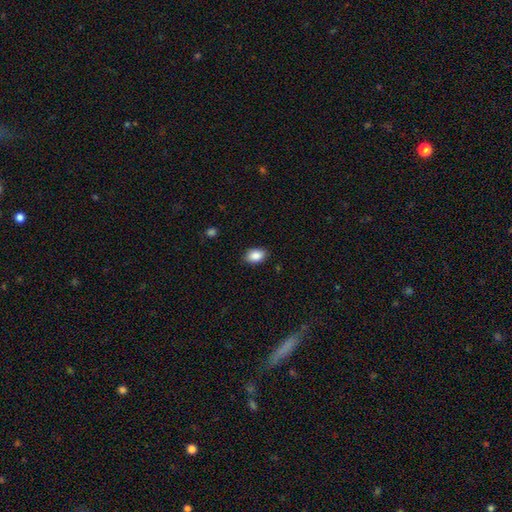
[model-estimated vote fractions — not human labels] This appears to be a smooth galaxy with no disk features (88%) that is in between round and cigar-shaped (84%). Merging: none (87%).